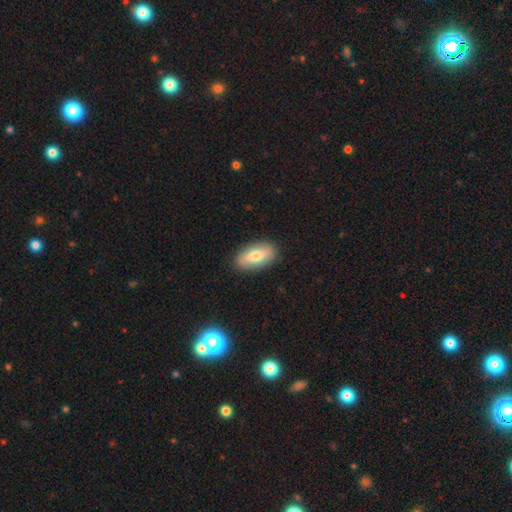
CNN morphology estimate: Smooth or featured? smooth (70%)
How rounded? in between (90%)
Merging? none (88%)